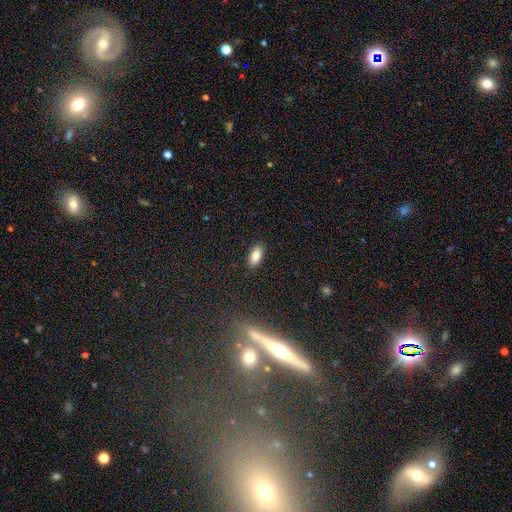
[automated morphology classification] smooth_or_featured: smooth (p=0.86) [alt: star or artifact p=0.08]
how_rounded: in between (p=0.90) [alt: cigar-shaped p=0.07]
merging: none (p=0.88) [alt: minor disturbance p=0.09]